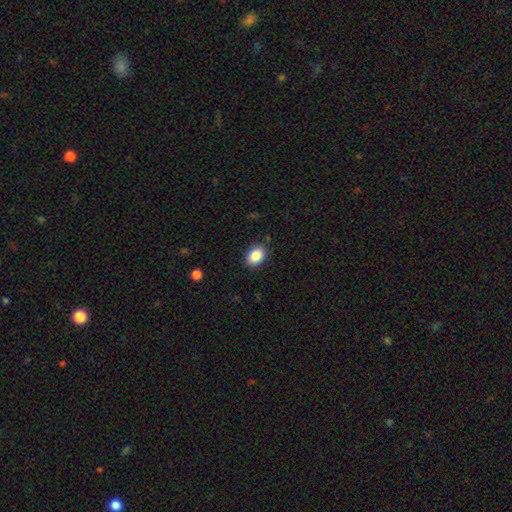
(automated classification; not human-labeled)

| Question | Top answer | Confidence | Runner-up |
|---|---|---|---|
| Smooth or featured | smooth | 88% | star or artifact (8%) |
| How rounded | in between | 77% | round (22%) |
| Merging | none | 87% | minor disturbance (9%) |